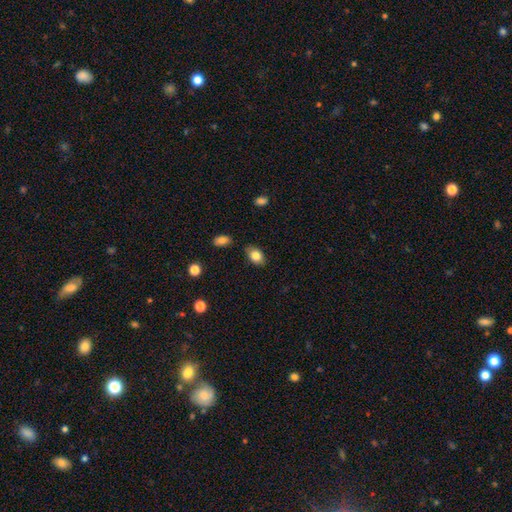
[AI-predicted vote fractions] smooth_or_featured: smooth (p=0.82) [alt: featured or disk p=0.09]
how_rounded: in between (p=0.84) [alt: round p=0.14]
merging: none (p=0.81) [alt: minor disturbance p=0.14]